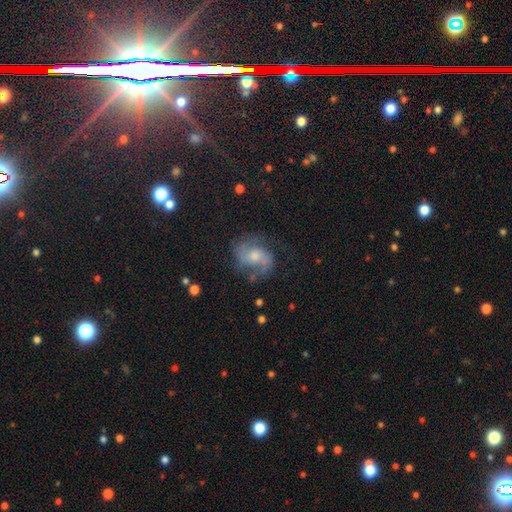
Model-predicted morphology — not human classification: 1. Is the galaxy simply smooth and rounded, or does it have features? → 76% featured or disk, 13% smooth, 11% star or artifact.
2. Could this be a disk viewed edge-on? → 97% no, 3% yes.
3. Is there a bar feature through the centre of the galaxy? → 56% no, 36% weak, 8% strong.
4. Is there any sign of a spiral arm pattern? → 94% yes, 6% no.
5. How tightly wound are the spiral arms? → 53% medium, 24% tight, 23% loose.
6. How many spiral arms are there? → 82% 2, 8% can't tell, 4% 3, 3% 1, 2% 4, 2% more than 4.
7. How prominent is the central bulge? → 50% moderate, 38% small, 6% large, 4% none, 1% dominant.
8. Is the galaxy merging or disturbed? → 71% none, 17% minor disturbance, 11% major disturbance, 2% merger.